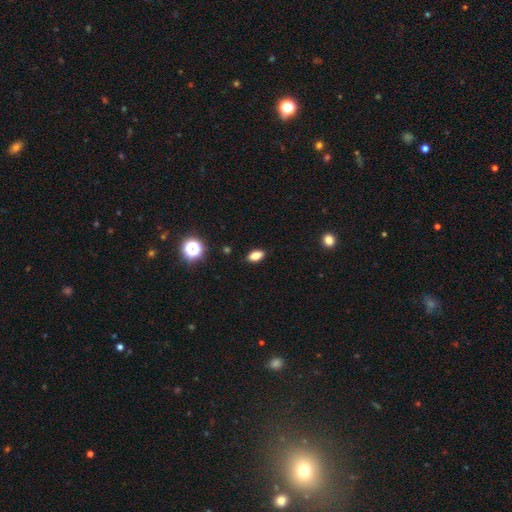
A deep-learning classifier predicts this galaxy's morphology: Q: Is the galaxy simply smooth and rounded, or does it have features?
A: smooth — 79%.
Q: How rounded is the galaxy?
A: in between — 87%.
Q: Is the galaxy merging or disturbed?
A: none — 89%.